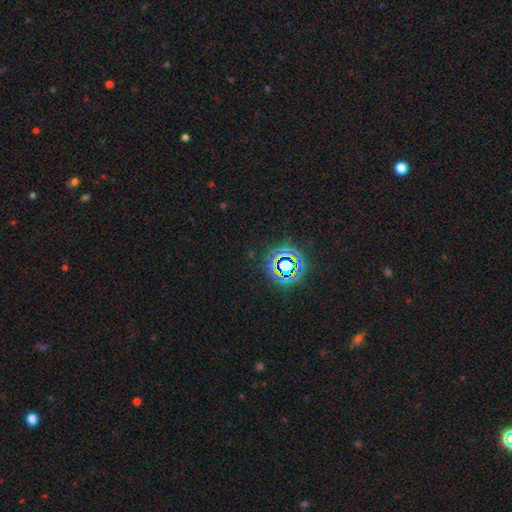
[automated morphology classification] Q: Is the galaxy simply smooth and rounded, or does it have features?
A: star or artifact — 75%.